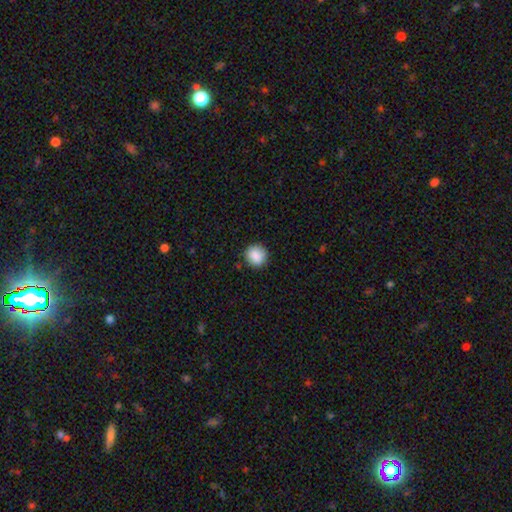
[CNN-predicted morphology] Q: Smooth or featured?
A: smooth (87%); runner-up: star or artifact (8%)
Q: How rounded?
A: round (90%); runner-up: in between (9%)
Q: Merging?
A: none (88%); runner-up: minor disturbance (9%)